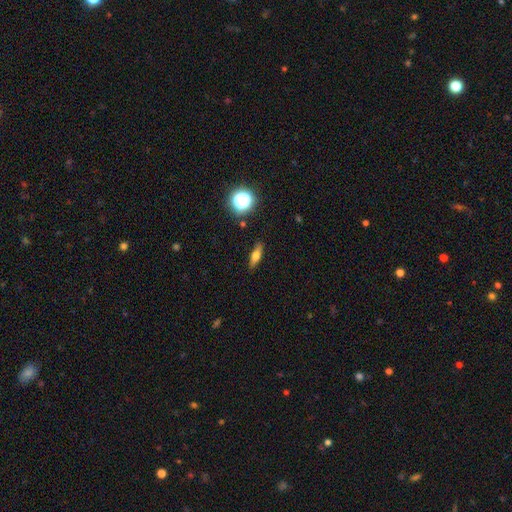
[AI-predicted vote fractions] Smooth or featured?
  - smooth: 58% *
  - featured or disk: 31%
  - star or artifact: 11%
How rounded?
  - in between: 47% *
  - cigar-shaped: 45%
  - round: 8%
Merging?
  - none: 86% *
  - minor disturbance: 10%
  - major disturbance: 2%
  - merger: 2%